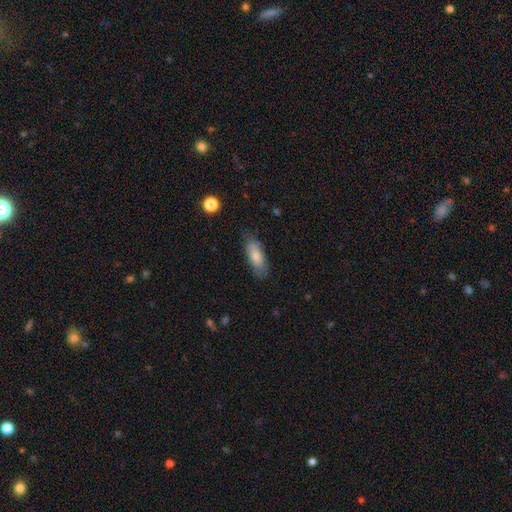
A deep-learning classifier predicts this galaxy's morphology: This is likely a smooth galaxy (79%). How rounded: likely in between (74%). Merging: likely none (73%).